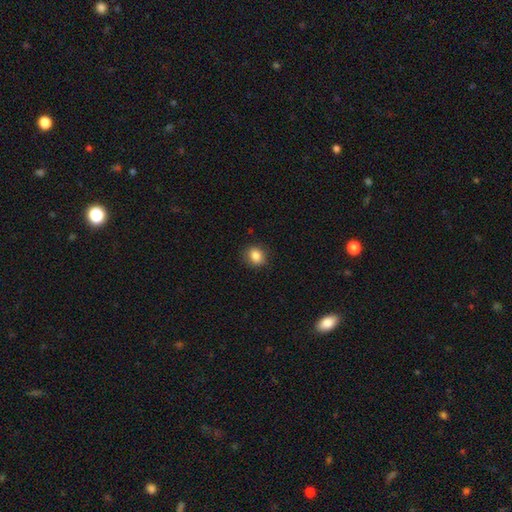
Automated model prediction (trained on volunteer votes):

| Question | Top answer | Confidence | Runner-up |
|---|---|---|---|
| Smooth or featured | smooth | 84% | star or artifact (10%) |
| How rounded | round | 68% | in between (31%) |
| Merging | none | 87% | minor disturbance (10%) |